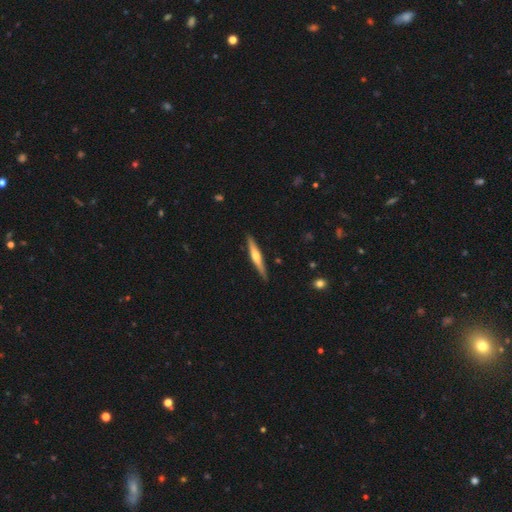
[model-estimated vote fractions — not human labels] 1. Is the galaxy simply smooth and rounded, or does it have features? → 60% featured or disk, 35% smooth, 5% star or artifact.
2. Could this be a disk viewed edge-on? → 97% yes, 3% no.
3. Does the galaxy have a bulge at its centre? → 85% rounded, 10% none, 5% boxy.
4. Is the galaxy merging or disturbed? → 88% none, 9% minor disturbance, 2% major disturbance, 1% merger.